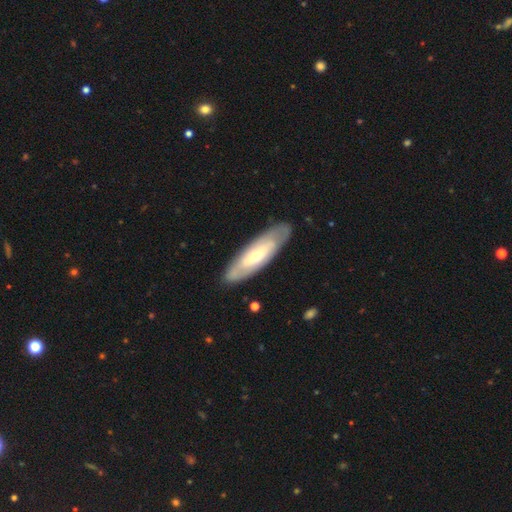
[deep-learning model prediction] Q: Smooth or featured?
A: featured or disk (59%); runner-up: smooth (36%)
Q: Edge-on disk?
A: no (71%); runner-up: yes (29%)
Q: Merging?
A: none (84%); runner-up: minor disturbance (11%)